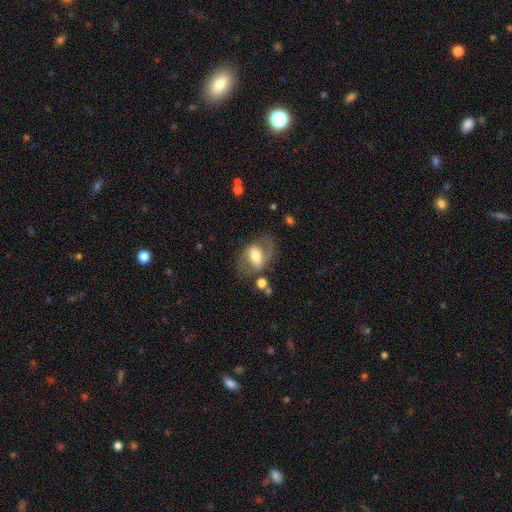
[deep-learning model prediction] featured or disk 62%, smooth 31%, star or artifact 8%. Down the decision tree: edge-on disk — no (94%); bar — weak (40%); spiral arms — yes (71%); bulge size — moderate (61%); merging — none (63%).